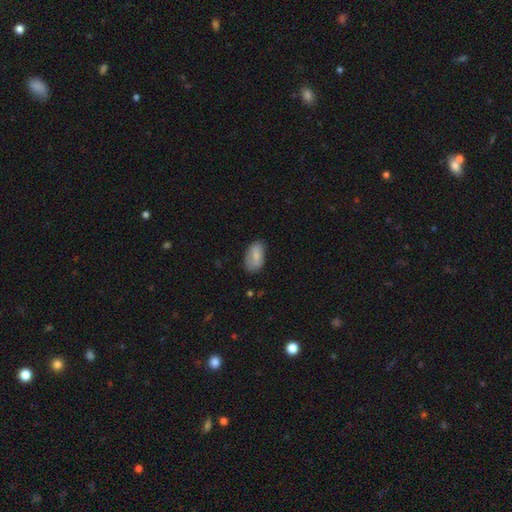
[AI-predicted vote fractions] Smooth or featured: smooth — 74% (featured or disk — 20%)
How rounded: in between — 93% (round — 5%)
Merging: none — 71% (minor disturbance — 22%)